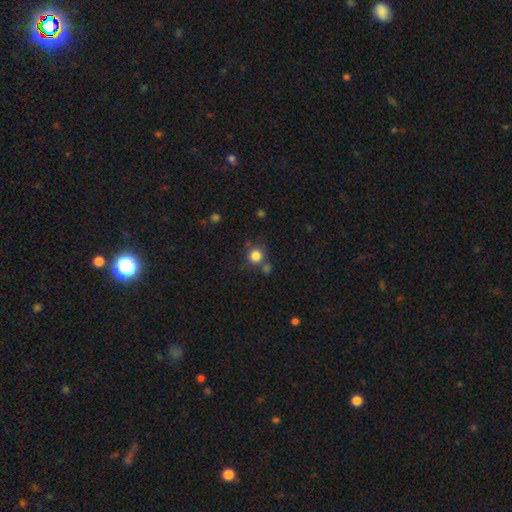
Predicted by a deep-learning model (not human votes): Q: Smooth or featured?
A: smooth (82%); runner-up: star or artifact (12%)
Q: How rounded?
A: round (92%); runner-up: in between (7%)
Q: Merging?
A: none (70%); runner-up: merger (15%)